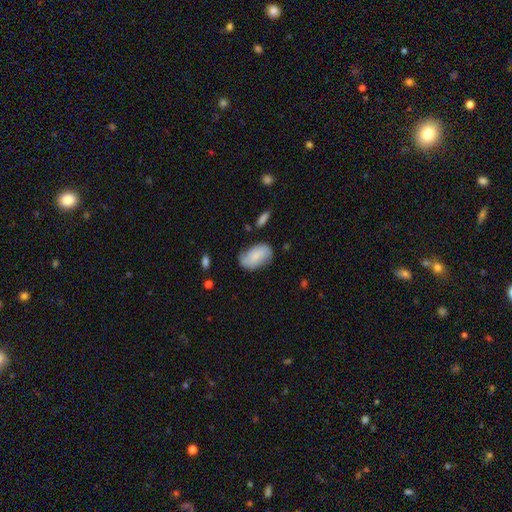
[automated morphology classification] This appears to be a smooth galaxy with no disk features (66%) that is in between round and cigar-shaped (91%). Merging: none (70%).